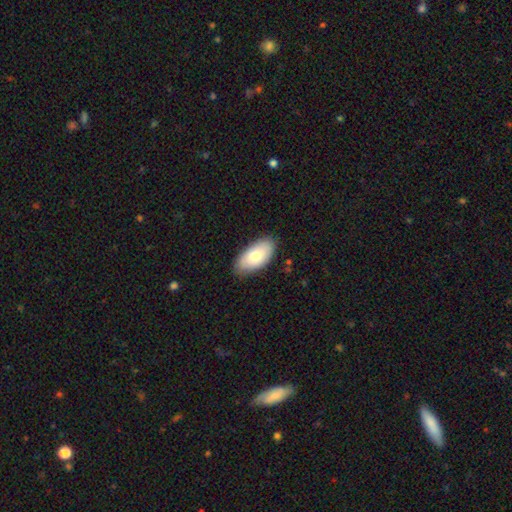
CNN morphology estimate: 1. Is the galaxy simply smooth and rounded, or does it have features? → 76% smooth, 18% featured or disk, 6% star or artifact.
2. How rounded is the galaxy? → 94% in between, 3% cigar-shaped, 2% round.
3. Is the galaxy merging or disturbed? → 84% none, 13% minor disturbance, 2% major disturbance, 1% merger.